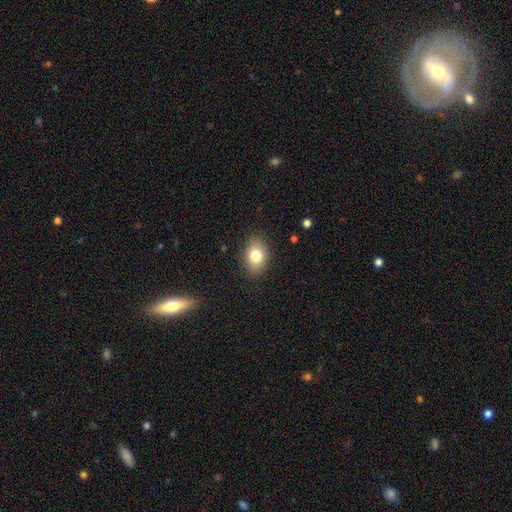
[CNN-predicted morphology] This is clearly a smooth galaxy (80%). How rounded: likely in between (78%). Merging: clearly none (86%).